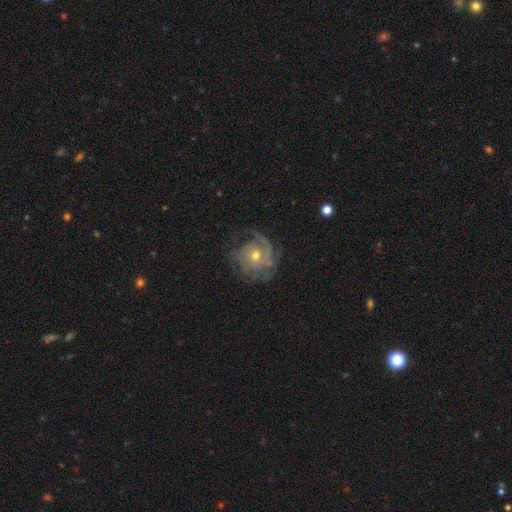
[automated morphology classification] smooth-or-featured: featured or disk: 83% | smooth: 10% | star or artifact: 6%
  disk-edge-on: no: 97% | yes: 3%
    bar: no: 74% | weak: 22% | strong: 4%
    has-spiral-arms: yes: 93% | no: 7%
      spiral-winding: tight: 55% | medium: 32% | loose: 13%
      spiral-arm-count: can't tell: 28% | 2: 26% | 3: 19% | 1: 15% | 4: 6% | more than 4: 5%
    bulge-size: moderate: 54% | small: 42% | large: 2% | none: 1% | dominant: 1%
  merging: none: 63% | minor disturbance: 20% | major disturbance: 15% | merger: 2%